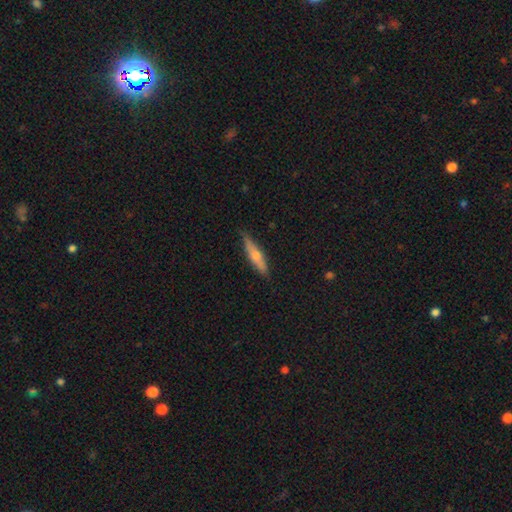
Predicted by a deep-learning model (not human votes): smooth_or_featured: featured or disk (p=0.50) [alt: smooth p=0.44]
disk_edge_on: yes (p=0.91) [alt: no p=0.09]
merging: none (p=0.85) [alt: minor disturbance p=0.12]